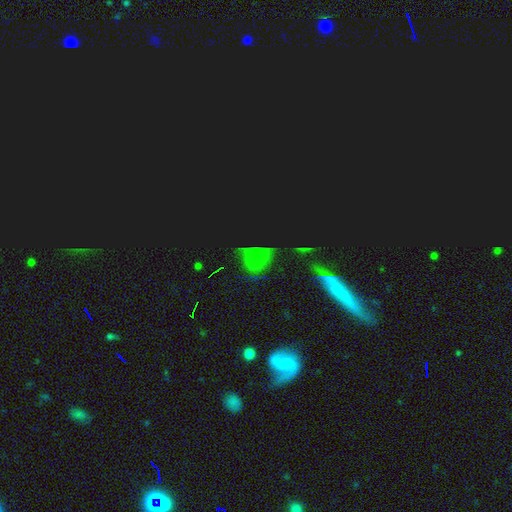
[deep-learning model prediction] This appears to be a star or artifact, not a galaxy (62%).